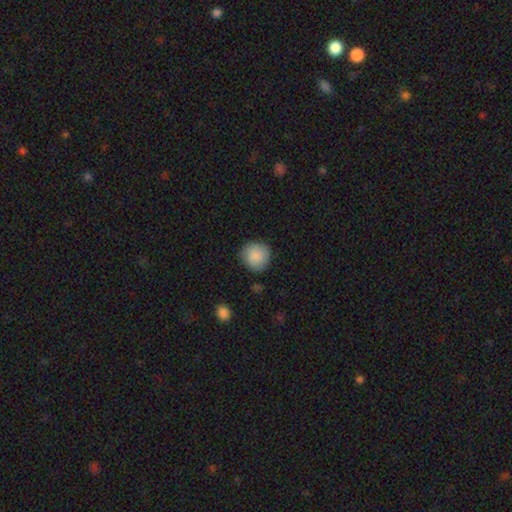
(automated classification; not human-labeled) Morphology: type=smooth (89%); roundness=round (91%); merging=none (86%).